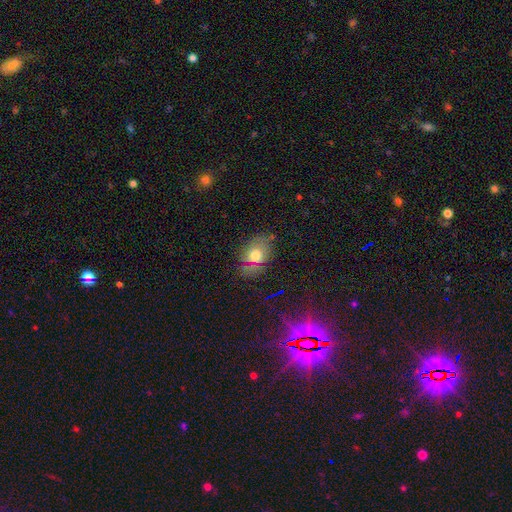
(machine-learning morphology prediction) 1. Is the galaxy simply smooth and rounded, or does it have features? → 67% smooth, 17% star or artifact, 16% featured or disk.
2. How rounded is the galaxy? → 68% in between, 30% round, 2% cigar-shaped.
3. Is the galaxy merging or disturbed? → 73% none, 18% minor disturbance, 6% major disturbance, 3% merger.